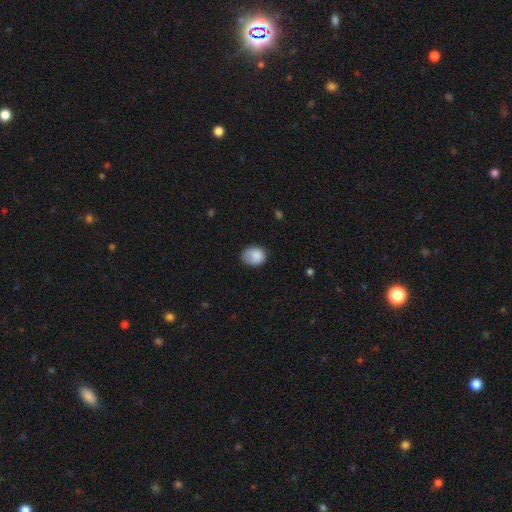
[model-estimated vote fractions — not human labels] A smooth galaxy with no disk features (85%) that is in between round and cigar-shaped (53%). Merging: none (59%).